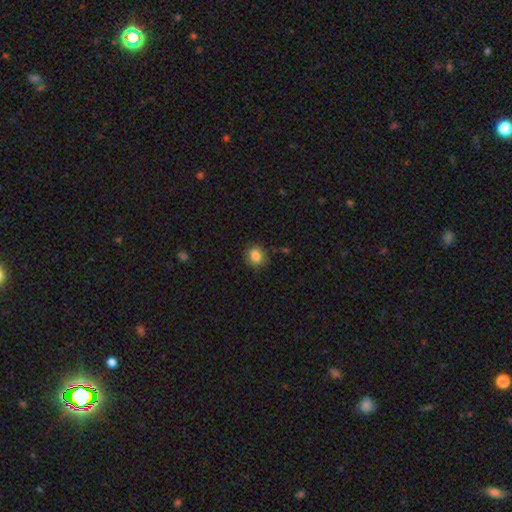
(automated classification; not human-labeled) Overall: smooth (84%). How rounded: round (63%; in between 36%). Merging: none (85%).